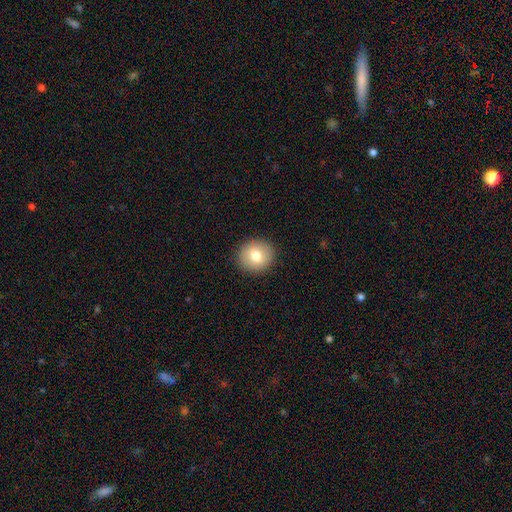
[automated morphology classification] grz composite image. It shows a smooth galaxy with no disk features (76%) that is round (84%). Merging: none (91%).